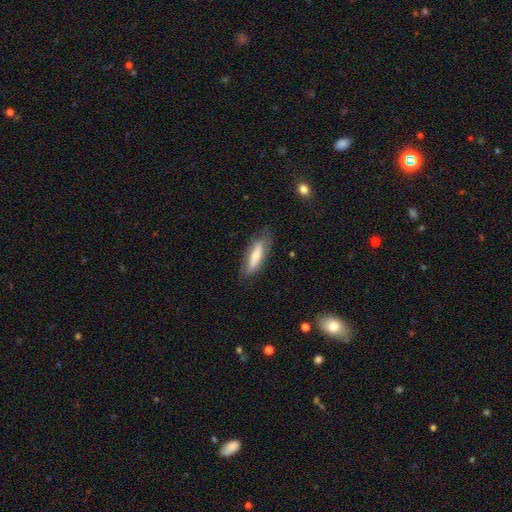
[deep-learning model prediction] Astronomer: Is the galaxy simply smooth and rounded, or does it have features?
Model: smooth — 62%.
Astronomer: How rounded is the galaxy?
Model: cigar-shaped — 54% (runner-up: in between, 44%).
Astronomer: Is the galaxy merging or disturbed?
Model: none — 68%.